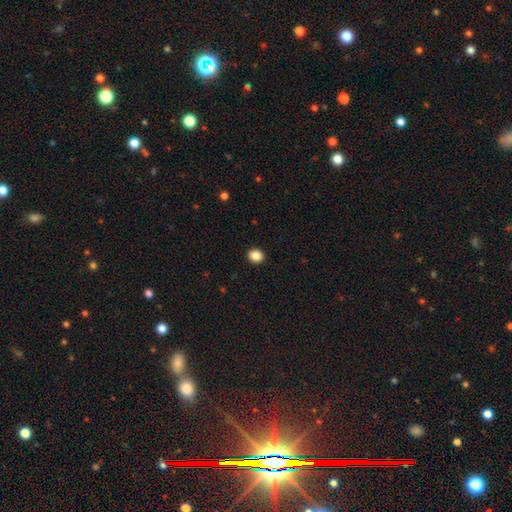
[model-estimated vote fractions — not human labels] Smooth or featured? Predicted: smooth (p=0.87). How rounded? Predicted: round (p=0.66). Merging? Predicted: none (p=0.92).